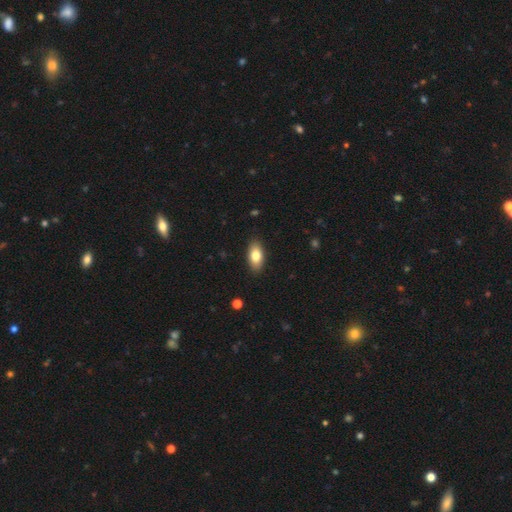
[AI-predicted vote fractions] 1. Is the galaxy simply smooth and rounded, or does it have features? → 80% smooth, 13% featured or disk, 7% star or artifact.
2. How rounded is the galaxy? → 89% in between, 7% cigar-shaped, 4% round.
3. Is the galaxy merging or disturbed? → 88% none, 9% minor disturbance, 2% major disturbance, 1% merger.